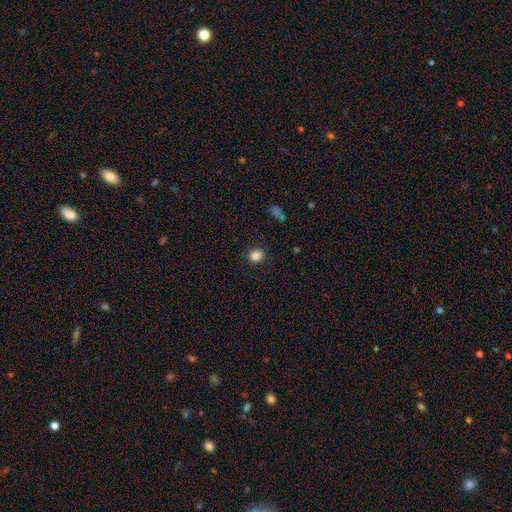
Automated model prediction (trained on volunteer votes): Q: Smooth or featured?
A: smooth (85%); runner-up: star or artifact (11%)
Q: How rounded?
A: round (69%); runner-up: in between (30%)
Q: Merging?
A: none (87%); runner-up: minor disturbance (9%)